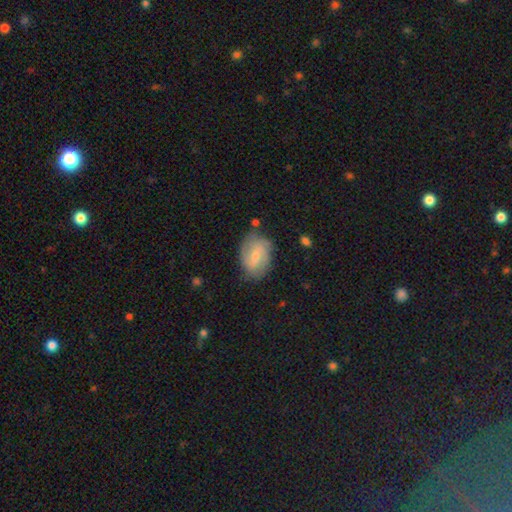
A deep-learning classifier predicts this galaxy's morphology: smooth-or-featured: featured or disk: 55% | smooth: 39% | star or artifact: 7%
  disk-edge-on: no: 96% | yes: 4%
    bar: weak: 49% | no: 38% | strong: 13%
    has-spiral-arms: yes: 85% | no: 15%
    bulge-size: small: 68% | moderate: 25% | none: 4% | large: 1% | dominant: 1%
  merging: none: 71% | minor disturbance: 20% | major disturbance: 6% | merger: 2%